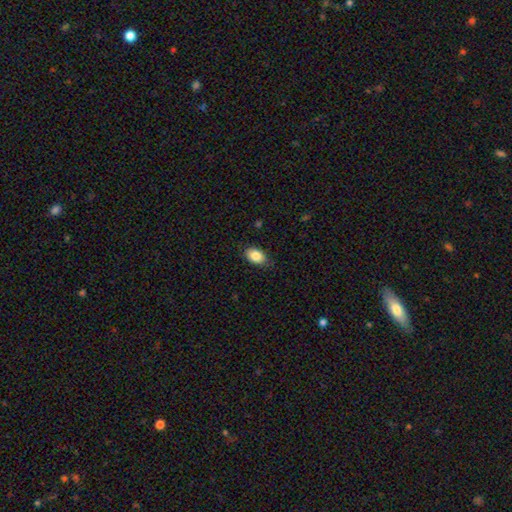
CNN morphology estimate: Smooth or featured?
  - smooth: 87% *
  - star or artifact: 8%
  - featured or disk: 6%
How rounded?
  - in between: 86% *
  - round: 13%
  - cigar-shaped: 1%
Merging?
  - none: 82% *
  - minor disturbance: 15%
  - major disturbance: 3%
  - merger: 1%